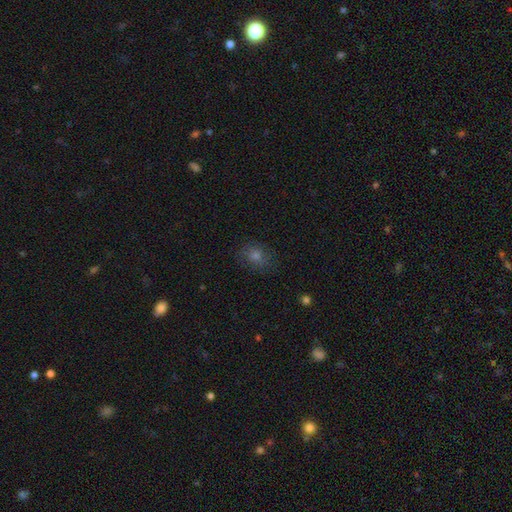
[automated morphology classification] smooth-or-featured: smooth: 54% | star or artifact: 27% | featured or disk: 18%
  how-rounded: round: 55% | in between: 43% | cigar-shaped: 1%
  merging: none: 79% | minor disturbance: 15% | major disturbance: 6% | merger: 1%